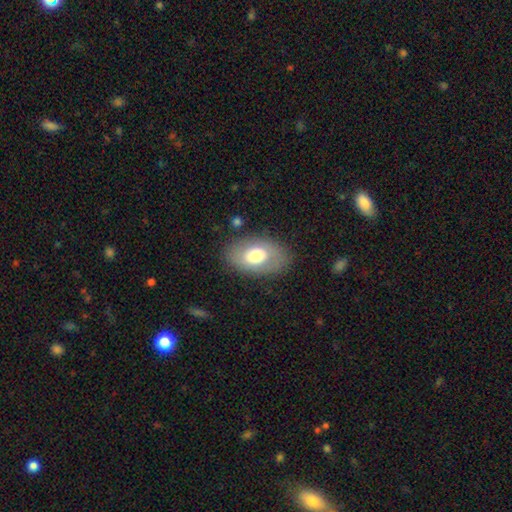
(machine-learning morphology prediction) Smooth or featured: smooth — 64% (featured or disk — 29%)
How rounded: in between — 88% (round — 11%)
Merging: none — 79% (minor disturbance — 14%)